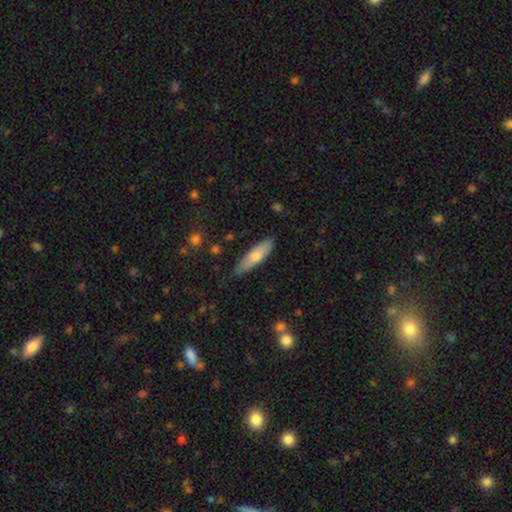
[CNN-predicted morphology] Smooth or featured? smooth (68%)
How rounded? cigar-shaped (59%)
Merging? none (76%)